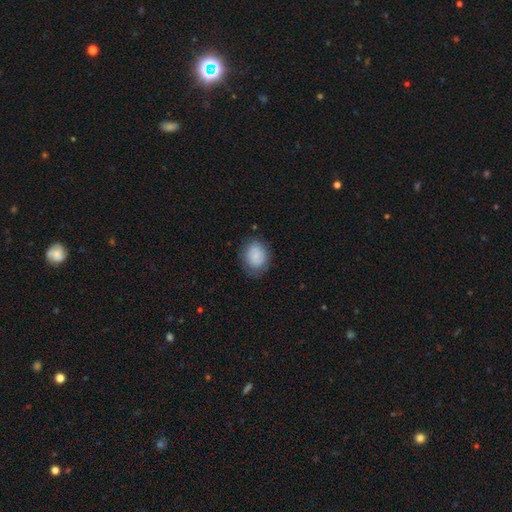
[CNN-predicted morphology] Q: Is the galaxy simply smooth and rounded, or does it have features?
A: smooth — 77%.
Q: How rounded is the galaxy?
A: round — 53%.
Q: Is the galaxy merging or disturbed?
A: none — 75%.